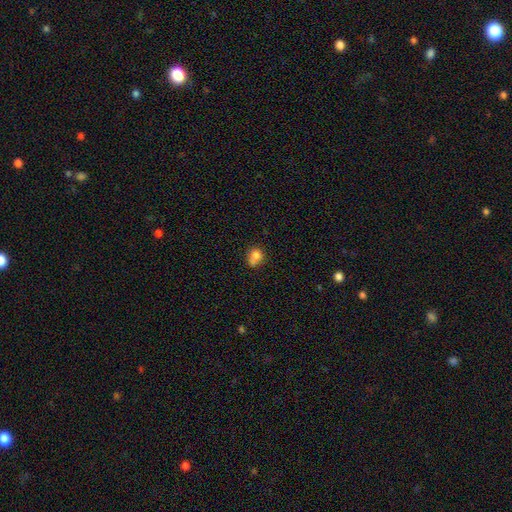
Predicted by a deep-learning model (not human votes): This appears to be a smooth galaxy with no disk features (76%) that is round (72%). Merging: none (39%).